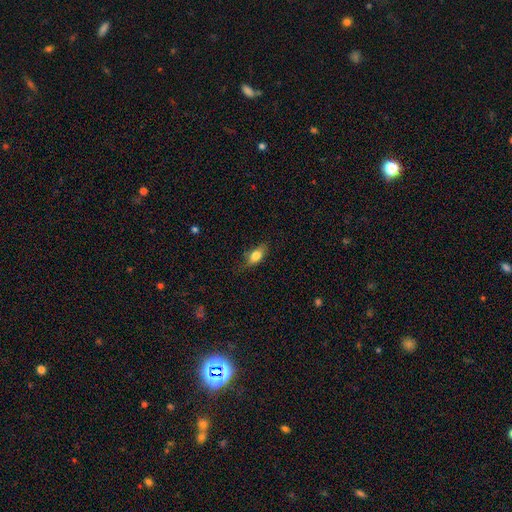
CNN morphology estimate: A smooth galaxy with no disk features (79%) that is in between round and cigar-shaped (83%). Merging: none (74%).